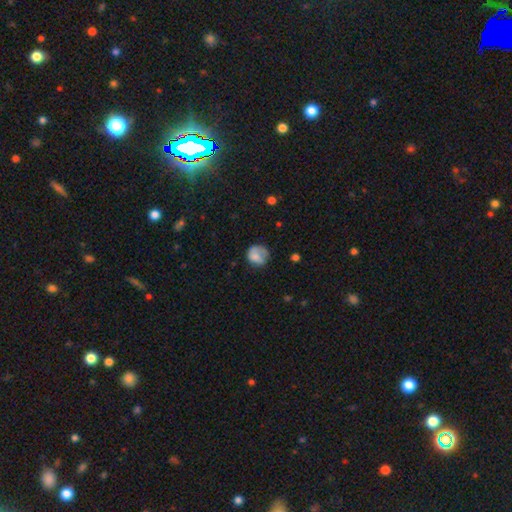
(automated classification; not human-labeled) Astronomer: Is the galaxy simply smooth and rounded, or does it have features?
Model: smooth — 71%.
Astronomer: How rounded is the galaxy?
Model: round — 75%.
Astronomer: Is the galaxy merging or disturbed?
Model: none — 50% (runner-up: minor disturbance, 29%).